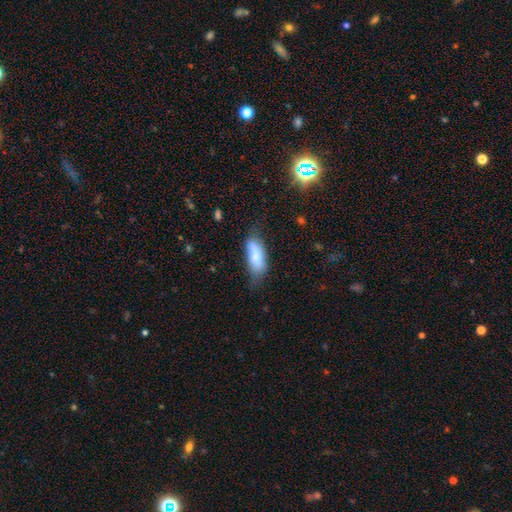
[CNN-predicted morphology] The model was most divided on "merging": none: 55%, minor disturbance: 32%, major disturbance: 10%, merger: 3%. More confident: smooth or featured — smooth (80%); how rounded — in between (73%).